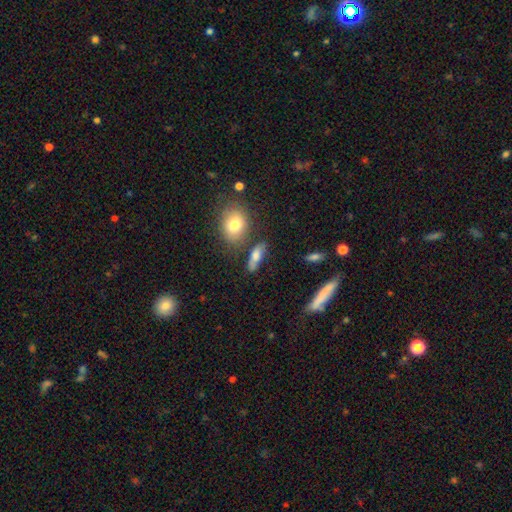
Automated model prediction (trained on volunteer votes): Smooth or featured? smooth (70%)
How rounded? in between (60%)
Merging? none (62%)